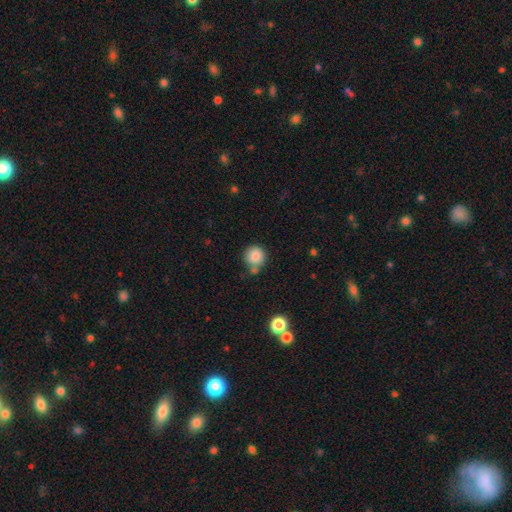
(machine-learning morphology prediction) Smooth or featured? Predicted: smooth (p=0.84). How rounded? Predicted: round (p=0.93). Merging? Predicted: none (p=0.66).